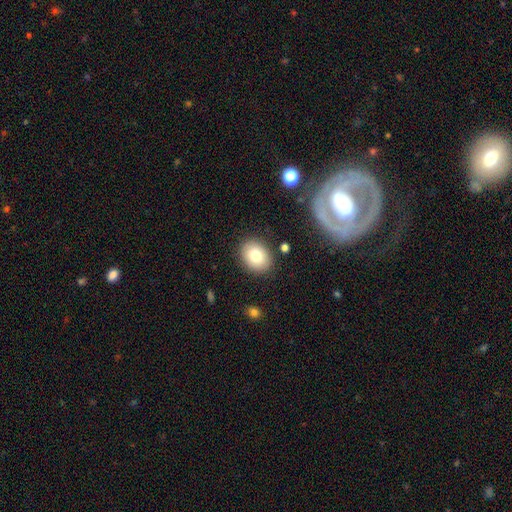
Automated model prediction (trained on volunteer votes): Q: Smooth or featured?
A: smooth (80%); runner-up: featured or disk (12%)
Q: How rounded?
A: in between (59%); runner-up: round (40%)
Q: Merging?
A: none (86%); runner-up: minor disturbance (9%)